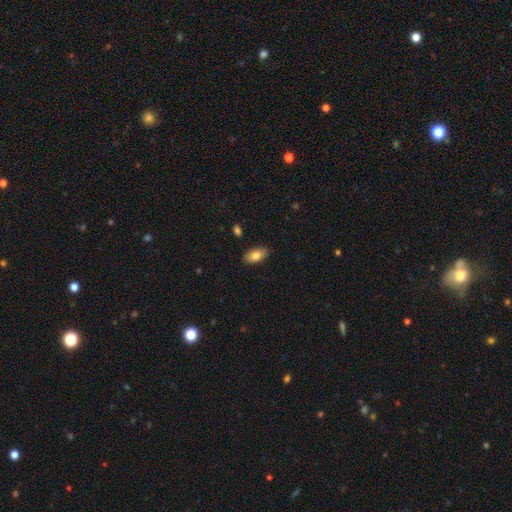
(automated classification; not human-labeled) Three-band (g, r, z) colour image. It shows a smooth galaxy with no disk features (81%) that is in between round and cigar-shaped (92%). Merging: none (87%).